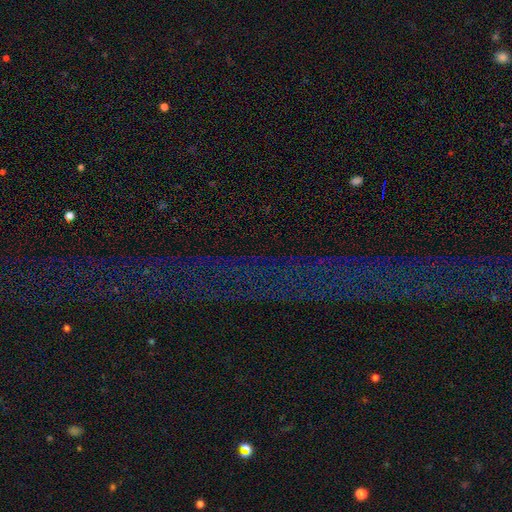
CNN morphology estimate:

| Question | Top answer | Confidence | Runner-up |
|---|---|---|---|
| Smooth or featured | star or artifact | 78% | smooth (13%) |